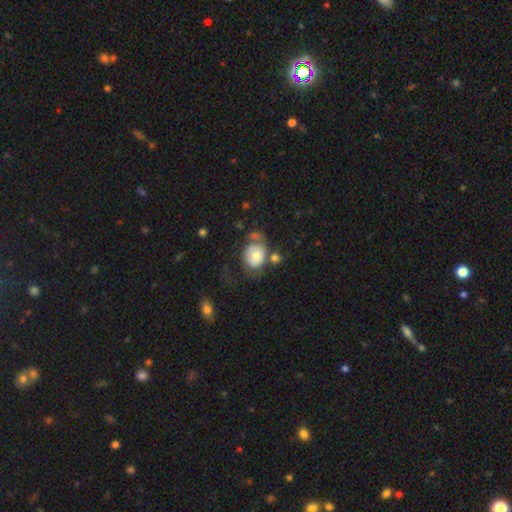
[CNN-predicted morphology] smooth_or_featured: smooth (p=0.62) [alt: featured or disk p=0.31]
how_rounded: round (p=0.68) [alt: in between p=0.31]
merging: none (p=0.40) [alt: major disturbance p=0.21]